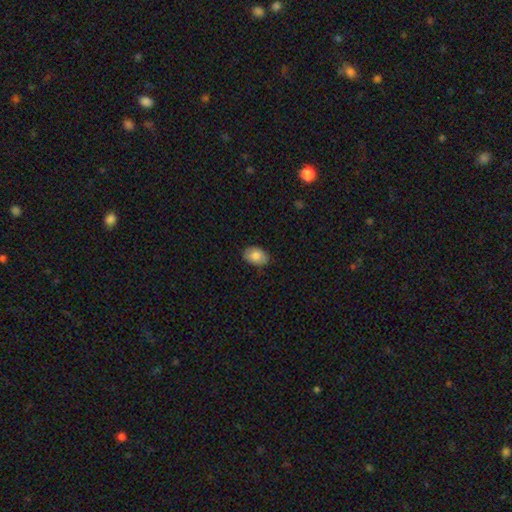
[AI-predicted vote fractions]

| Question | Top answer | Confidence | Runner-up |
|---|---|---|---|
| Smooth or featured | smooth | 84% | featured or disk (9%) |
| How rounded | in between | 83% | round (15%) |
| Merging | none | 84% | minor disturbance (13%) |